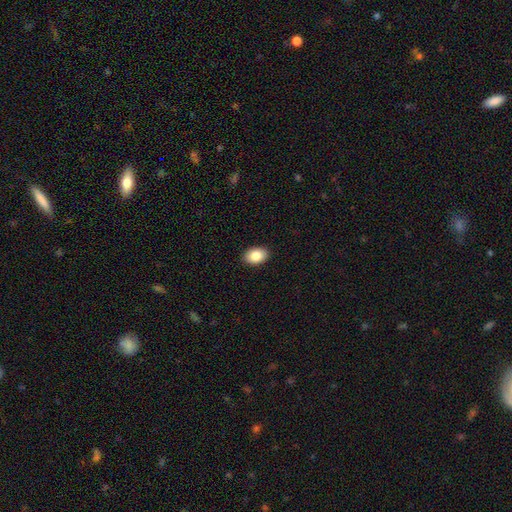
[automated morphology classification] This appears to be a smooth galaxy with no disk features (86%) that is in between round and cigar-shaped (83%). Merging: none (90%).